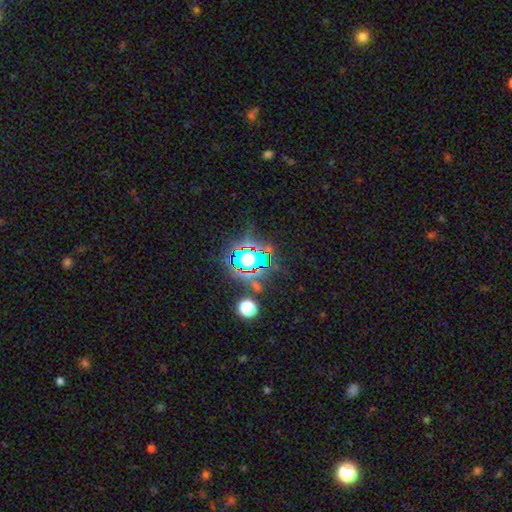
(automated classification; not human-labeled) Smooth or featured? Predicted: star or artifact (p=0.73).